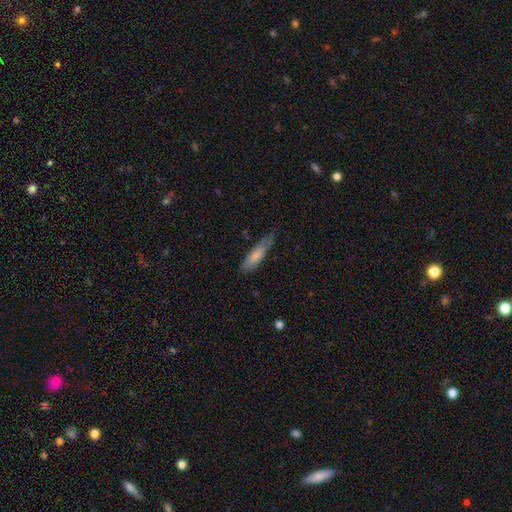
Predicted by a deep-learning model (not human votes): smooth_or_featured: smooth (p=0.73) [alt: featured or disk p=0.21]
how_rounded: cigar-shaped (p=0.65) [alt: in between p=0.33]
merging: none (p=0.60) [alt: minor disturbance p=0.31]